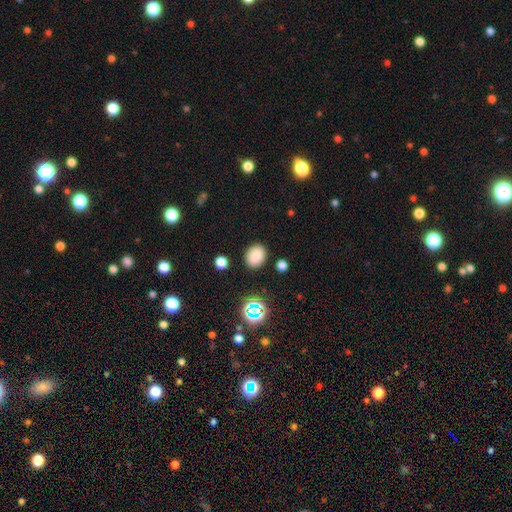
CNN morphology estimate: Smooth or featured: smooth — 82% (star or artifact — 14%)
How rounded: round — 51% (in between — 48%)
Merging: none — 86% (minor disturbance — 9%)